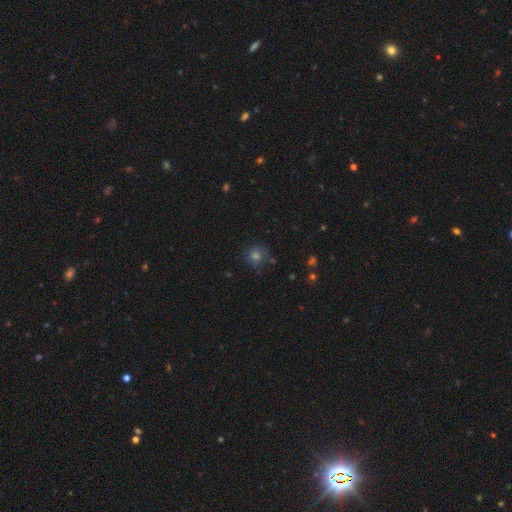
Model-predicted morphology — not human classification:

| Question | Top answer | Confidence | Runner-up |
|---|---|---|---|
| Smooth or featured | smooth | 68% | star or artifact (22%) |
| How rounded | round | 91% | in between (8%) |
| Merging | none | 81% | minor disturbance (12%) |